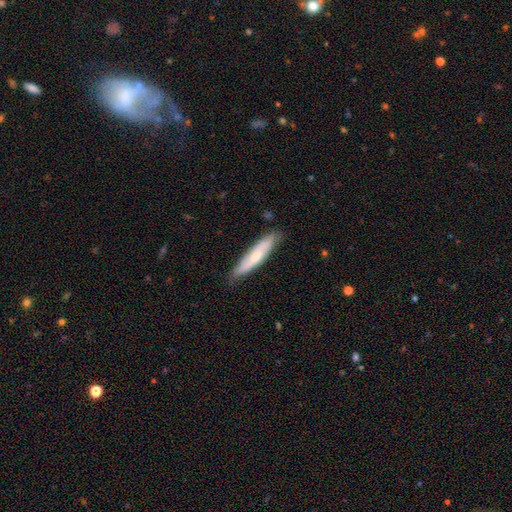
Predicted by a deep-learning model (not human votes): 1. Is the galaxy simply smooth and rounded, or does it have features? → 61% smooth, 34% featured or disk, 5% star or artifact.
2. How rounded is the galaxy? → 84% cigar-shaped, 14% in between, 1% round.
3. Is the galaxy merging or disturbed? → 82% none, 15% minor disturbance, 2% major disturbance, 1% merger.